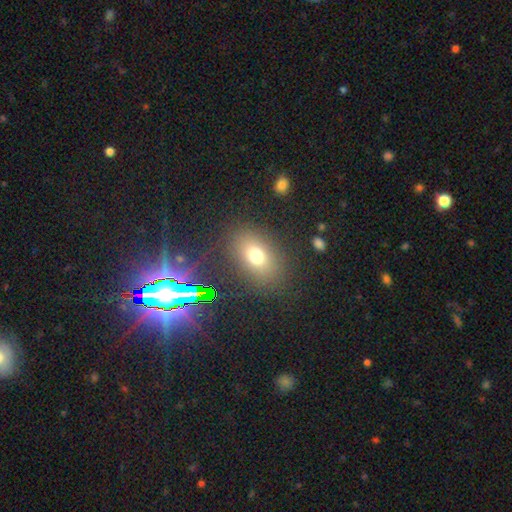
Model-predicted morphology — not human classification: Smooth or featured?
  - smooth: 69% *
  - star or artifact: 18%
  - featured or disk: 13%
How rounded?
  - in between: 75% *
  - round: 23%
  - cigar-shaped: 2%
Merging?
  - none: 82% *
  - minor disturbance: 10%
  - major disturbance: 5%
  - merger: 2%